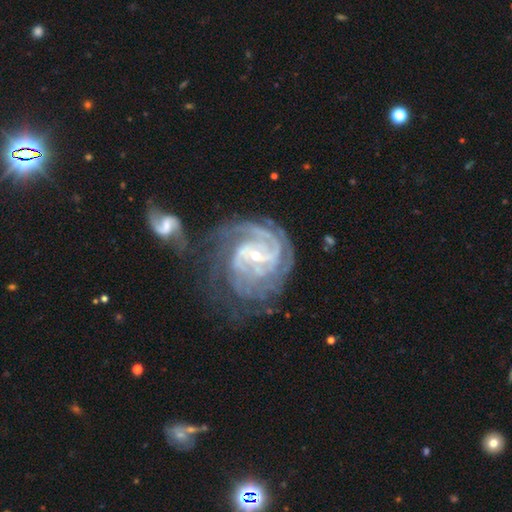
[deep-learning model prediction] Smooth or featured: featured or disk — 91% (star or artifact — 5%)
Edge-on disk: no — 98% (yes — 2%)
Bar: weak — 46% (no — 31%)
Spiral arms: yes — 97% (no — 3%)
Spiral winding: tight — 62% (medium — 31%)
Spiral arm count: 2 — 29% (can't tell — 24%)
Bulge size: small — 71% (moderate — 26%)
Merging: none — 35% (merger — 24%)